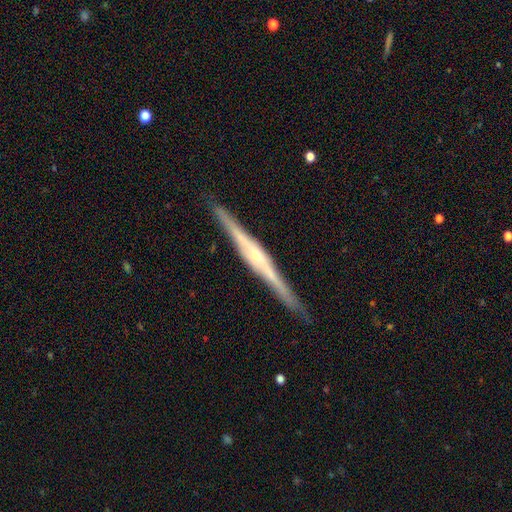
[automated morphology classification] A featured or disk galaxy (85%) viewed edge-on (98%) with a rounded central bulge (58%).

Vote fractions:
- Smooth or featured? featured or disk: 85% / smooth: 10% / star or artifact: 5%
- Edge-on disk? yes: 98% / no: 2%
- Edge-on bulge? rounded: 58% / boxy: 30% / none: 13%
- Merging? none: 90% / minor disturbance: 7% / major disturbance: 1% / merger: 1%